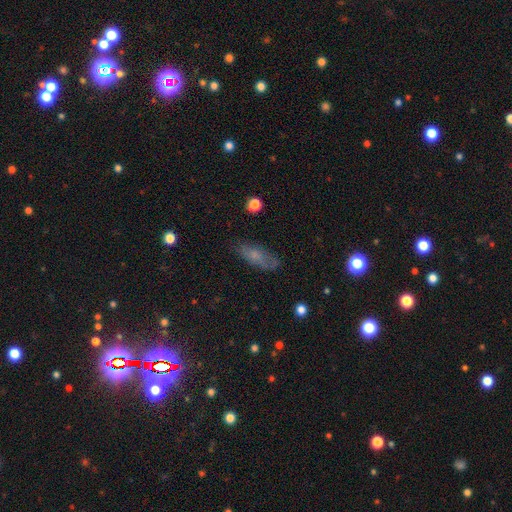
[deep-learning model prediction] Smooth or featured?
  - smooth: 64% *
  - featured or disk: 26%
  - star or artifact: 11%
How rounded?
  - in between: 69% *
  - cigar-shaped: 27%
  - round: 4%
Merging?
  - none: 70% *
  - minor disturbance: 21%
  - major disturbance: 7%
  - merger: 2%